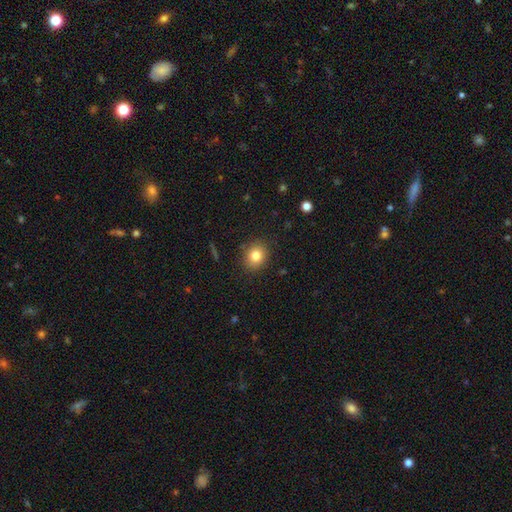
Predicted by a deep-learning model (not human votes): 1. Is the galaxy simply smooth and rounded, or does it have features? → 81% smooth, 11% star or artifact, 8% featured or disk.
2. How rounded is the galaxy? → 64% round, 35% in between, 1% cigar-shaped.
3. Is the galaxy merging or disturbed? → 87% none, 9% minor disturbance, 3% major disturbance, 1% merger.